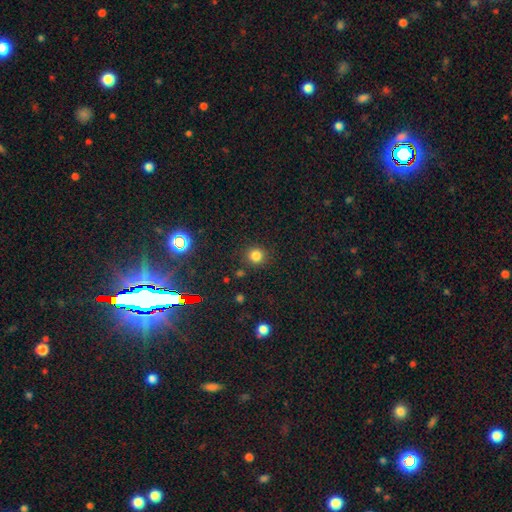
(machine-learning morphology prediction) smooth-or-featured: smooth: 79% | star or artifact: 16% | featured or disk: 5%
  how-rounded: round: 92% | in between: 7% | cigar-shaped: 1%
  merging: none: 86% | minor disturbance: 8% | major disturbance: 3% | merger: 3%